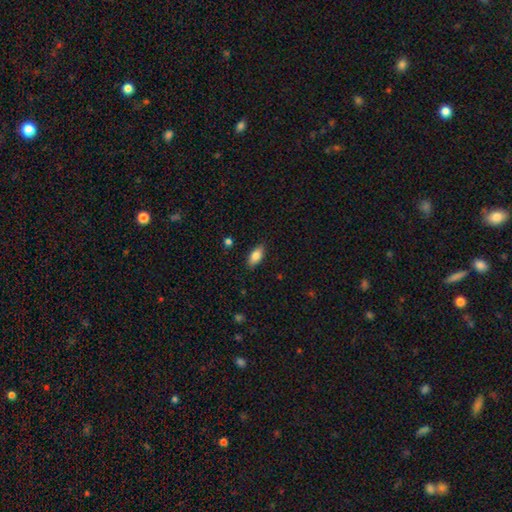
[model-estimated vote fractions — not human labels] Smooth or featured?
  - smooth: 83% *
  - featured or disk: 10%
  - star or artifact: 7%
How rounded?
  - in between: 88% *
  - cigar-shaped: 9%
  - round: 3%
Merging?
  - none: 86% *
  - minor disturbance: 11%
  - major disturbance: 2%
  - merger: 1%